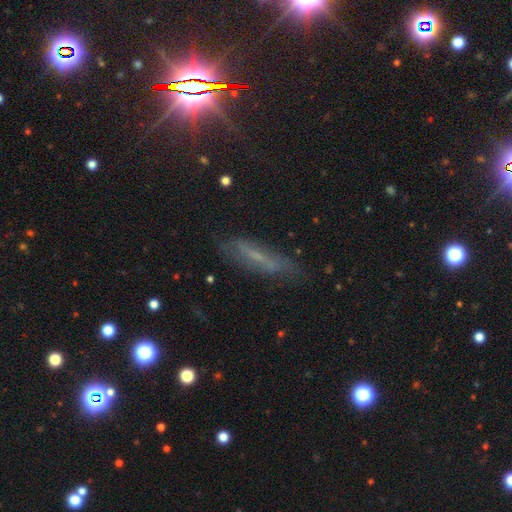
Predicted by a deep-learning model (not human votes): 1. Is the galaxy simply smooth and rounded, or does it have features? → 44% featured or disk, 38% smooth, 18% star or artifact.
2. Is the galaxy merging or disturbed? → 68% none, 21% minor disturbance, 9% major disturbance, 2% merger.